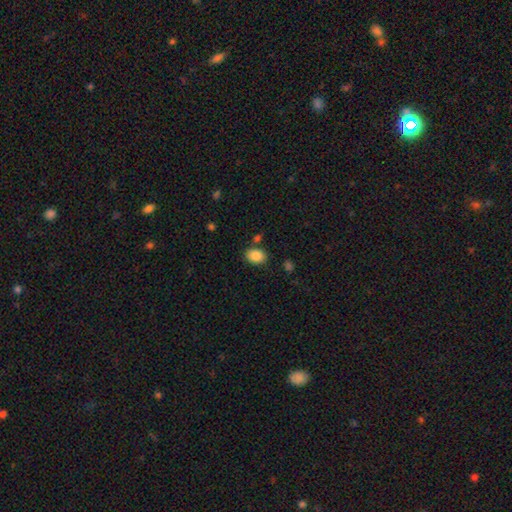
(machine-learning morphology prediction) Smooth or featured? Predicted: smooth (p=0.87). How rounded? Predicted: in between (p=0.76). Merging? Predicted: none (p=0.80).